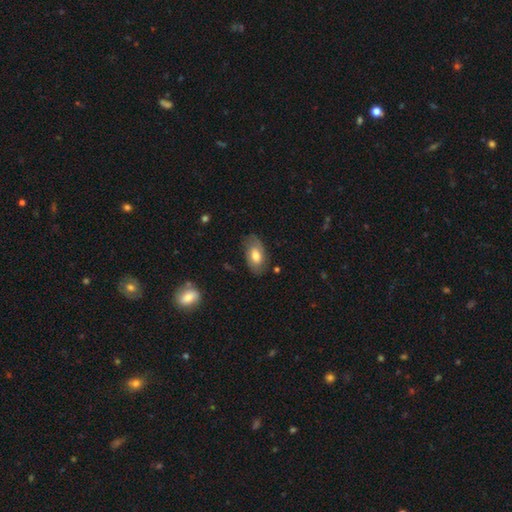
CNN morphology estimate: Smooth or featured? smooth (69%)
How rounded? in between (93%)
Merging? none (76%)